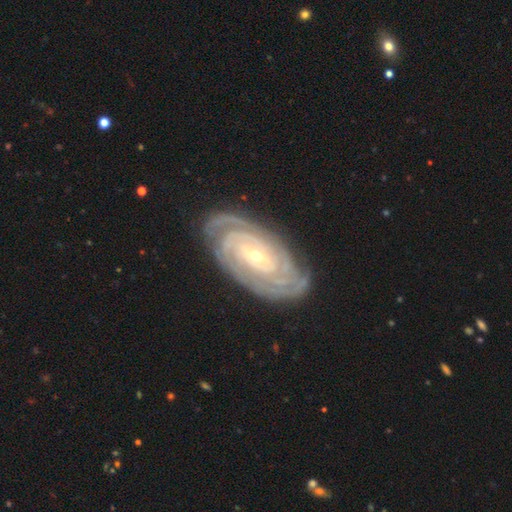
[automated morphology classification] Smooth or featured: featured or disk — 90% (star or artifact — 5%)
Edge-on disk: no — 95% (yes — 5%)
Bar: no — 58% (weak — 27%)
Spiral arms: yes — 98% (no — 2%)
Spiral winding: tight — 86% (medium — 12%)
Spiral arm count: 2 — 23% (tied with can't tell — 23%)
Bulge size: small — 73% (moderate — 24%)
Merging: none — 82% (minor disturbance — 13%)